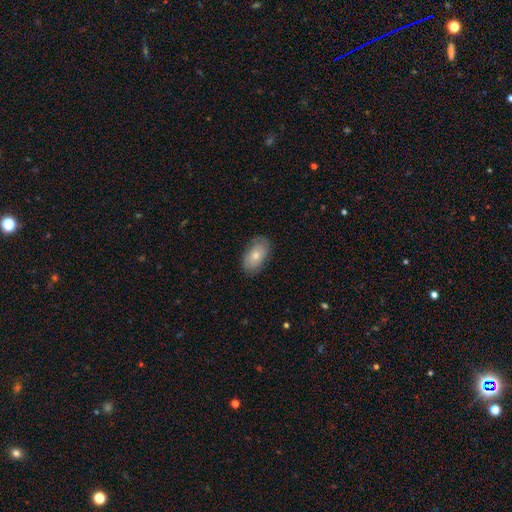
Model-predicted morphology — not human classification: smooth_or_featured: smooth (p=0.71) [alt: featured or disk p=0.22]
how_rounded: in between (p=0.92) [alt: round p=0.06]
merging: none (p=0.80) [alt: minor disturbance p=0.15]